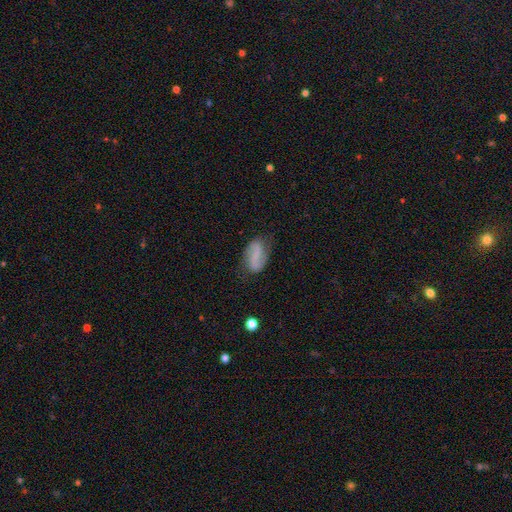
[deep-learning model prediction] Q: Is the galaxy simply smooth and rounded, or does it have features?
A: featured or disk — 56%.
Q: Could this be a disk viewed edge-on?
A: no — 97%.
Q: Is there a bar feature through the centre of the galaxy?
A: weak — 37%.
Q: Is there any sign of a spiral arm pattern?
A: yes — 89%.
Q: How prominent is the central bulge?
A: none — 62%.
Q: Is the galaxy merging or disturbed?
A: none — 73%.